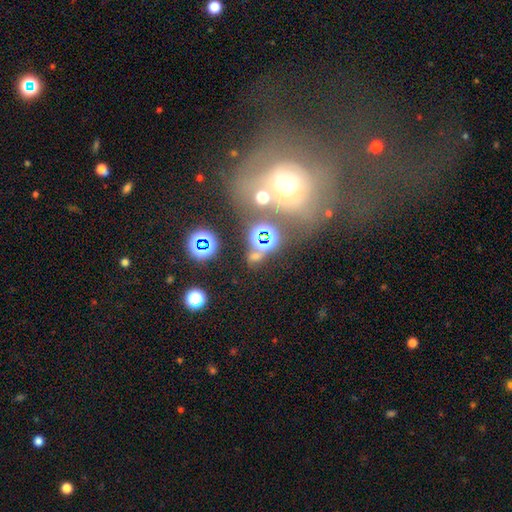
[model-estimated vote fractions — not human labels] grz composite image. It shows a star or artifact, not a galaxy (47%).